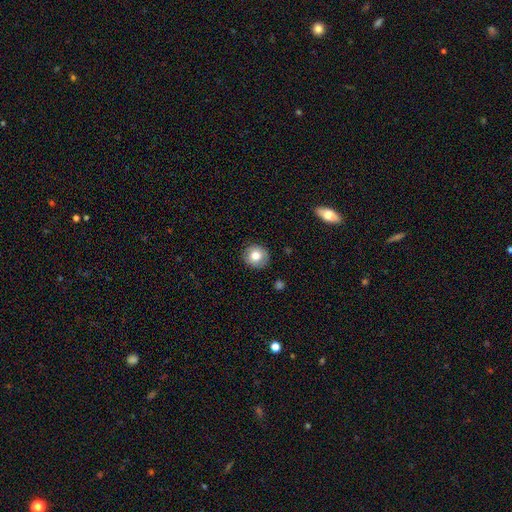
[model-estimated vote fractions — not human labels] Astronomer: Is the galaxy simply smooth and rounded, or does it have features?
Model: smooth — 78%.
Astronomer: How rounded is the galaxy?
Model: round — 88%.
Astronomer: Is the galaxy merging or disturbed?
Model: none — 88%.